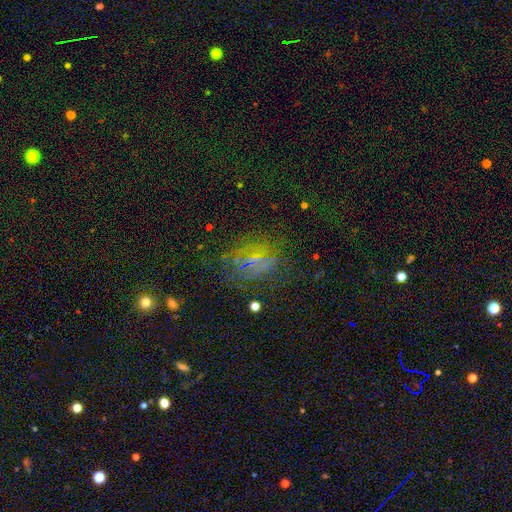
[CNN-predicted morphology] smooth-or-featured: featured or disk: 35% | star or artifact: 33% | smooth: 32%
  merging: none: 61% | minor disturbance: 18% | major disturbance: 17% | merger: 3%